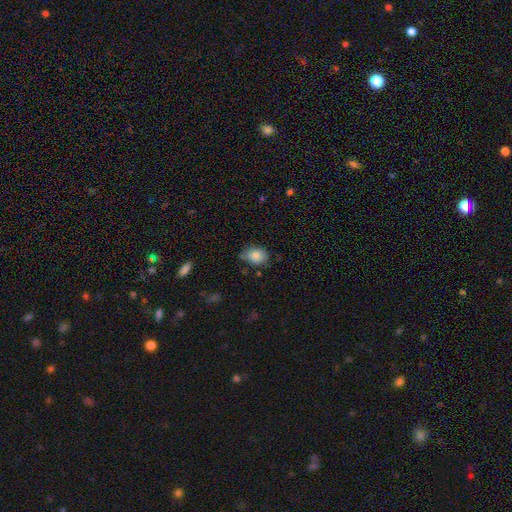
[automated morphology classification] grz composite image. It shows a smooth galaxy with no disk features (85%) that is in between round and cigar-shaped (69%). Merging: none (58%).